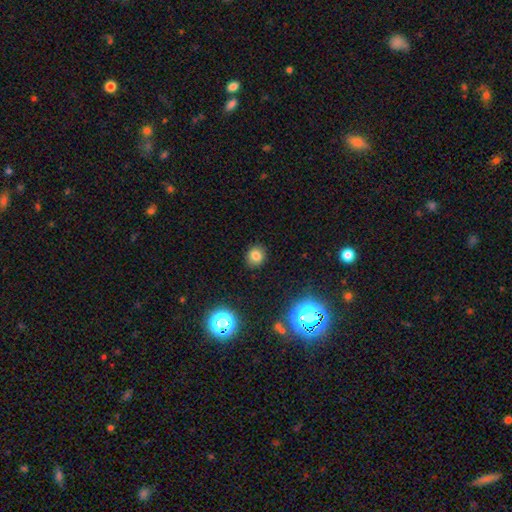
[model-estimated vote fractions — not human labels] A smooth galaxy with no disk features (78%) that is round (81%).

Vote fractions:
- Smooth or featured? smooth: 78% / star or artifact: 16% / featured or disk: 6%
- How rounded? round: 81% / in between: 18% / cigar-shaped: 1%
- Merging? none: 89% / minor disturbance: 8% / major disturbance: 2% / merger: 1%